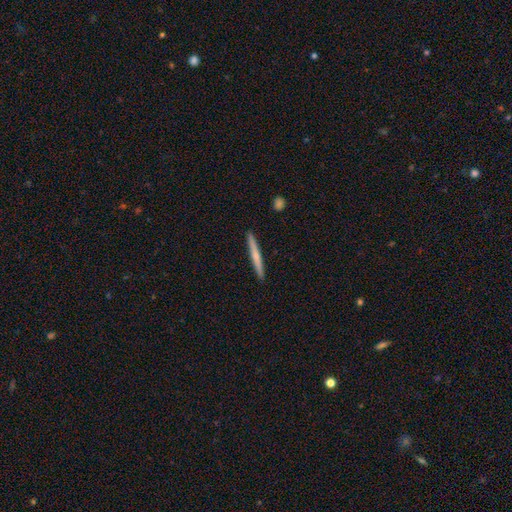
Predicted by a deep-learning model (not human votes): smooth-or-featured: smooth: 57% | featured or disk: 37% | star or artifact: 5%
  how-rounded: cigar-shaped: 97% | in between: 2% | round: 1%
  merging: none: 92% | minor disturbance: 6% | major disturbance: 1% | merger: 1%